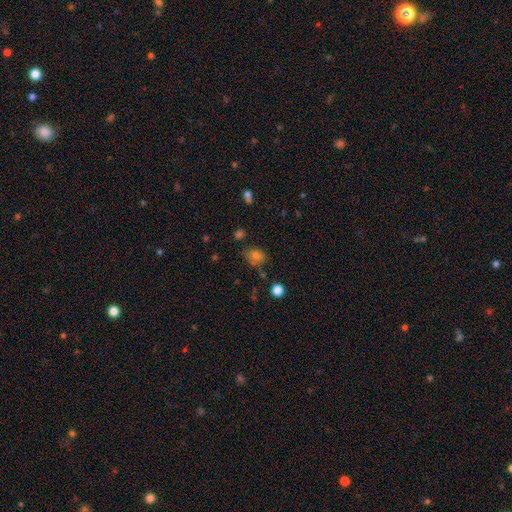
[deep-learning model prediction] Smooth or featured?
  - smooth: 76% *
  - star or artifact: 14%
  - featured or disk: 10%
How rounded?
  - in between: 57% *
  - round: 42%
  - cigar-shaped: 1%
Merging?
  - none: 66% *
  - minor disturbance: 23%
  - major disturbance: 6%
  - merger: 5%